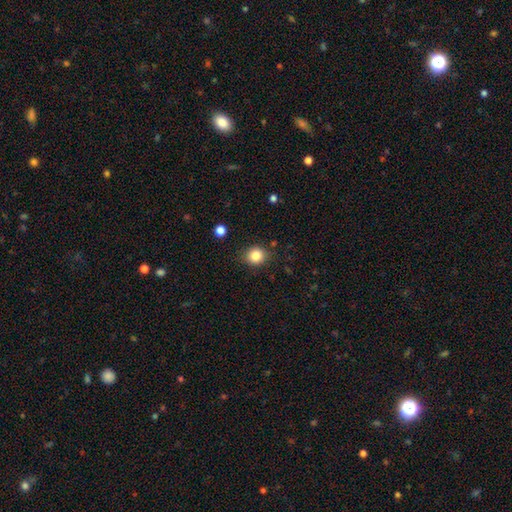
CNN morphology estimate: smooth-or-featured: smooth: 84% | star or artifact: 11% | featured or disk: 5%
  how-rounded: round: 77% | in between: 22% | cigar-shaped: 1%
  merging: none: 86% | minor disturbance: 10% | major disturbance: 3% | merger: 2%